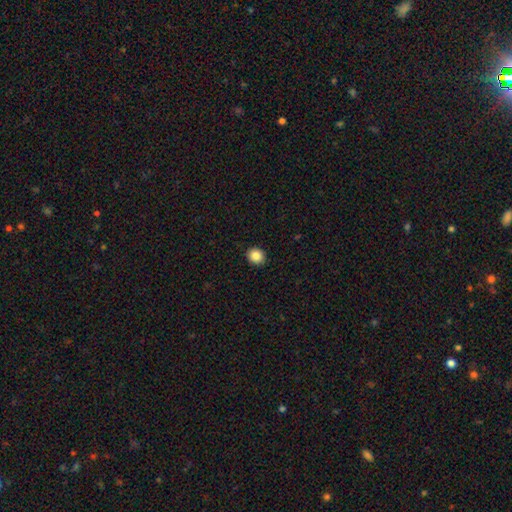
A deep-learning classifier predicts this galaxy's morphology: Smooth or featured? Predicted: smooth (p=0.86). How rounded? Predicted: round (p=0.81). Merging? Predicted: none (p=0.92).